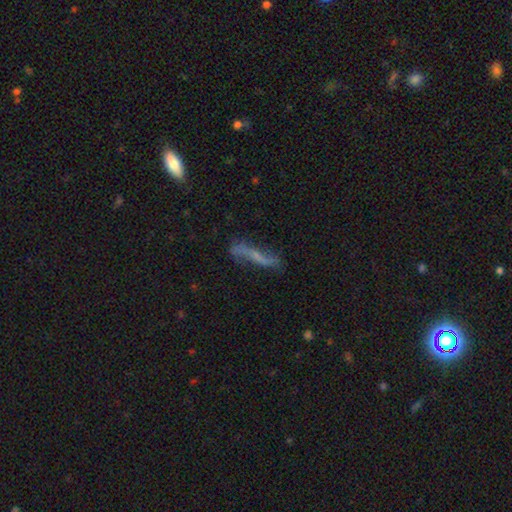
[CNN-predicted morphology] A featured or disk galaxy (64%). Merging: none (64%).